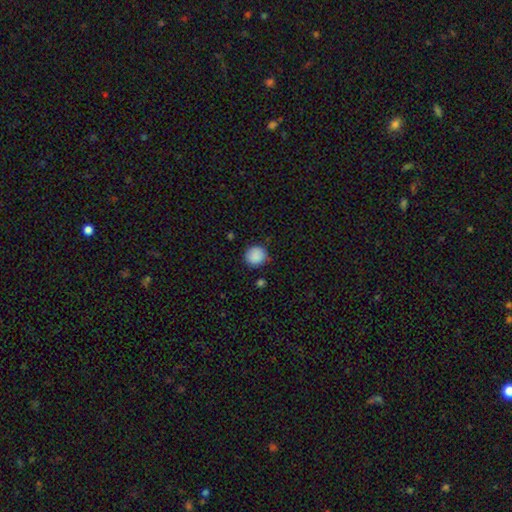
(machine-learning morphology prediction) smooth_or_featured: smooth (p=0.89) [alt: star or artifact p=0.08]
how_rounded: round (p=0.90) [alt: in between p=0.10]
merging: none (p=0.85) [alt: minor disturbance p=0.11]